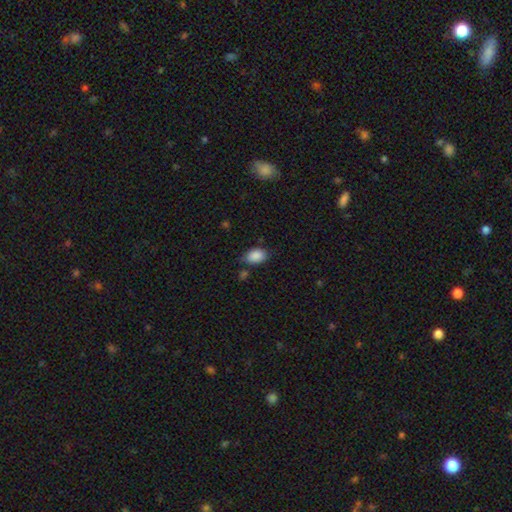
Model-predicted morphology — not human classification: Smooth or featured?
  - smooth: 88% *
  - star or artifact: 8%
  - featured or disk: 4%
How rounded?
  - in between: 85% *
  - round: 14%
  - cigar-shaped: 1%
Merging?
  - none: 70% *
  - minor disturbance: 20%
  - merger: 5%
  - major disturbance: 5%